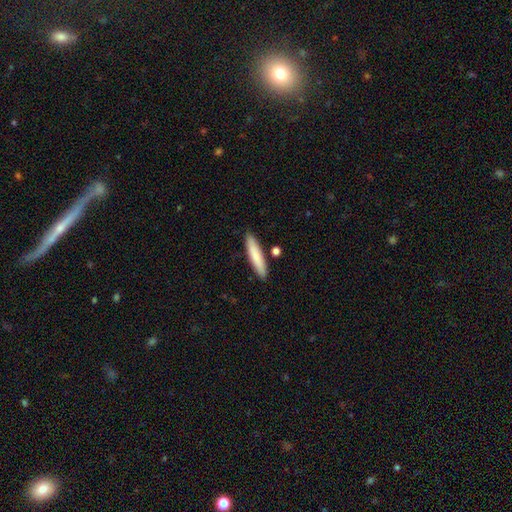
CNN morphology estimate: A smooth galaxy with no disk features (81%) that is cigar-shaped (85%). Merging: none (85%).